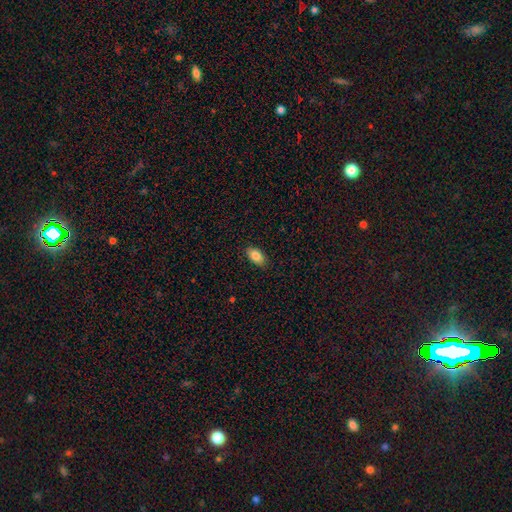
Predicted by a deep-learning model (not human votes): smooth 85%, star or artifact 7%, featured or disk 7%. Down the decision tree: how rounded — in between (93%); merging — none (88%).